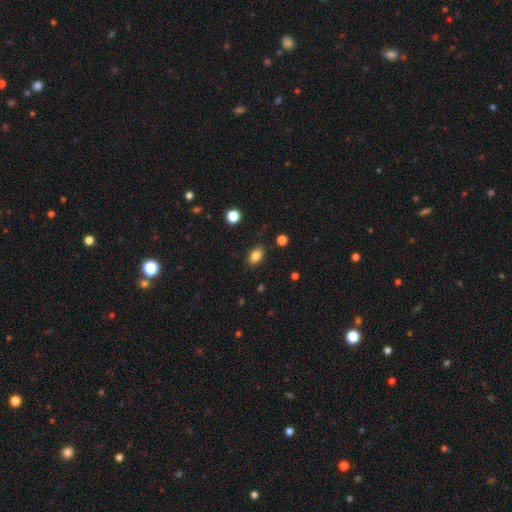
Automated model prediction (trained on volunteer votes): This appears to be a smooth galaxy with no disk features (85%) that is in between round and cigar-shaped (84%). Merging: none (84%).